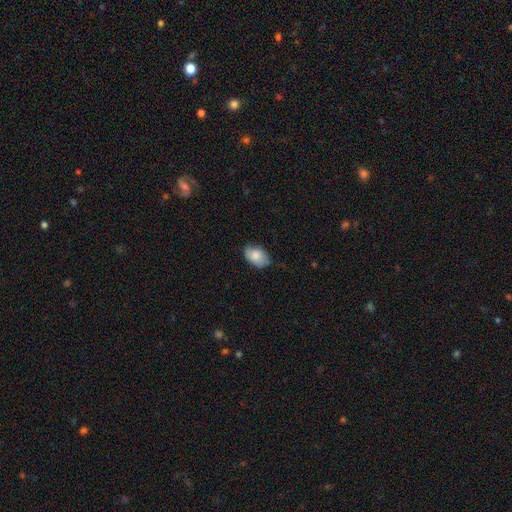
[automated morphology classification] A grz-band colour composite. It shows a smooth galaxy with no disk features (80%) that is in between round and cigar-shaped (87%). Merging: none (68%).